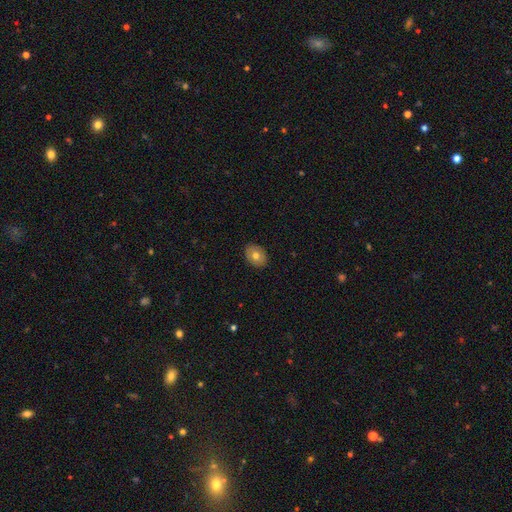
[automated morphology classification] The model was most divided on "how rounded": in between: 69%, round: 30%, cigar-shaped: 1%. More confident: merging — none (88%); smooth or featured — smooth (75%).